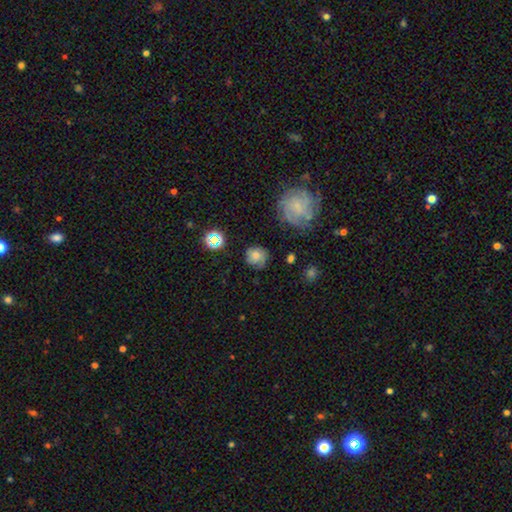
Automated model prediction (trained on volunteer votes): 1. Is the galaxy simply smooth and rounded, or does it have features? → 49% smooth, 38% featured or disk, 13% star or artifact.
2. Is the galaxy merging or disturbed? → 63% none, 22% minor disturbance, 12% major disturbance, 3% merger.